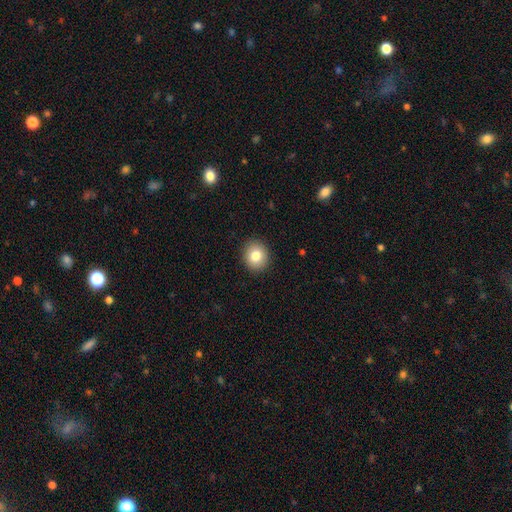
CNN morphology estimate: Smooth or featured?
  - smooth: 80% *
  - featured or disk: 10%
  - star or artifact: 9%
How rounded?
  - round: 74% *
  - in between: 25%
  - cigar-shaped: 1%
Merging?
  - none: 91% *
  - minor disturbance: 6%
  - major disturbance: 2%
  - merger: 1%